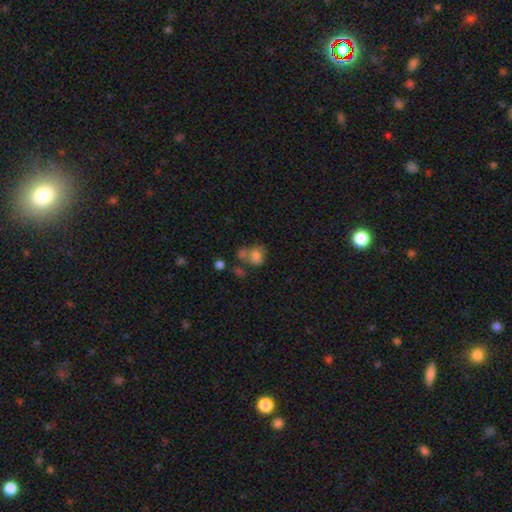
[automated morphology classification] Q: Smooth or featured?
A: smooth (72%); runner-up: featured or disk (16%)
Q: How rounded?
A: round (55%); runner-up: in between (44%)
Q: Merging?
A: none (36%); tied with: merger (36%)